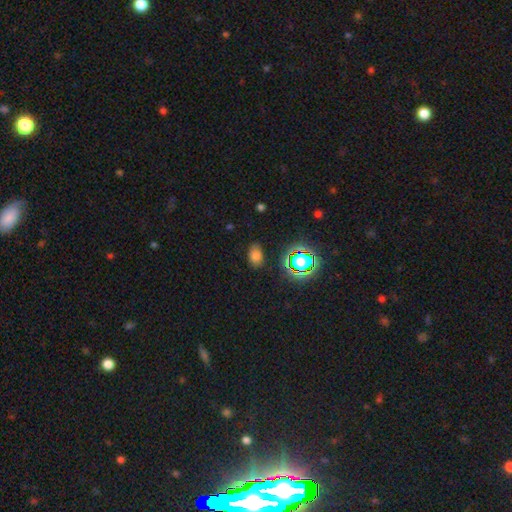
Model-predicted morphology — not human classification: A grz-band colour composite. It shows a smooth galaxy with no disk features (71%) that is in between round and cigar-shaped (83%). Merging: none (80%).